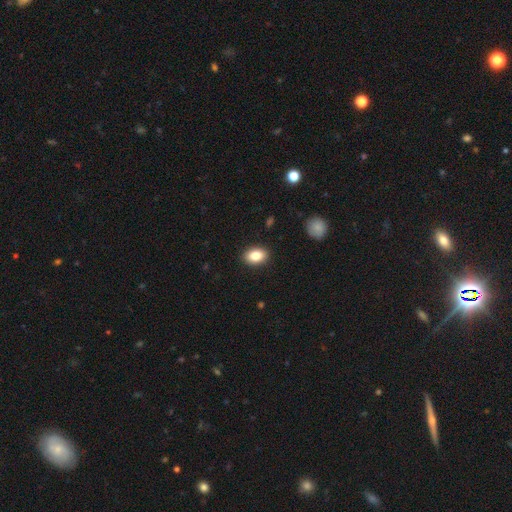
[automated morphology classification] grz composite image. It shows a smooth galaxy with no disk features (84%) that is in between round and cigar-shaped (82%). Merging: none (90%).